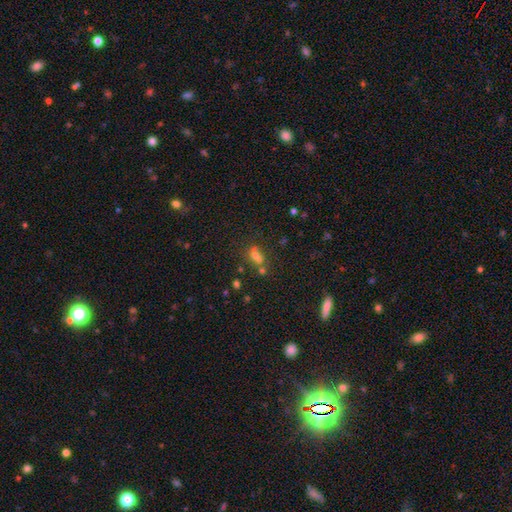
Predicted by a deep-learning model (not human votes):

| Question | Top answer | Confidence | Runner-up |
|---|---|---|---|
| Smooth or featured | smooth | 53% | star or artifact (30%) |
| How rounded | round | 63% | in between (35%) |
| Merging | merger | 44% | none (42%) |